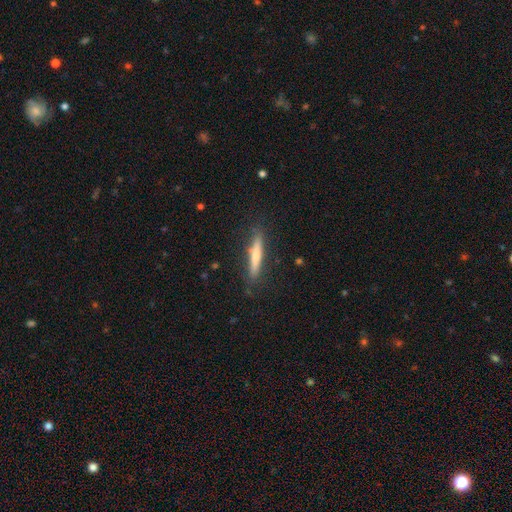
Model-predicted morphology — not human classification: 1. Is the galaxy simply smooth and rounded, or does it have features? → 59% smooth, 35% featured or disk, 6% star or artifact.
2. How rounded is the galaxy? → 92% cigar-shaped, 7% in between, 1% round.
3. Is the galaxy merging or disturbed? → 83% none, 12% minor disturbance, 3% major disturbance, 2% merger.